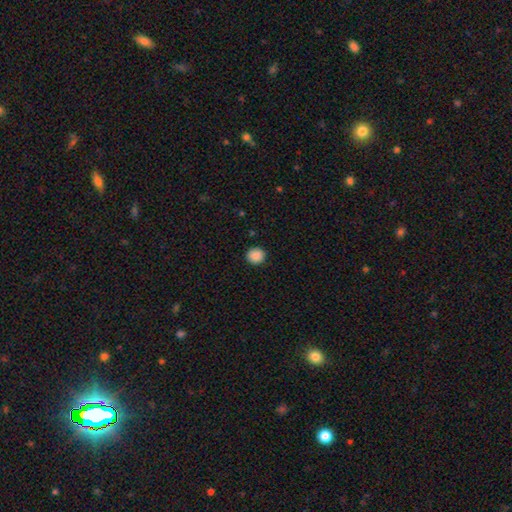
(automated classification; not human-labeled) A smooth galaxy with no disk features (89%) that is round (90%).

Vote fractions:
- Smooth or featured? smooth: 89% / star or artifact: 9% / featured or disk: 3%
- How rounded? round: 90% / in between: 9% / cigar-shaped: 1%
- Merging? none: 92% / minor disturbance: 5% / major disturbance: 2% / merger: 1%